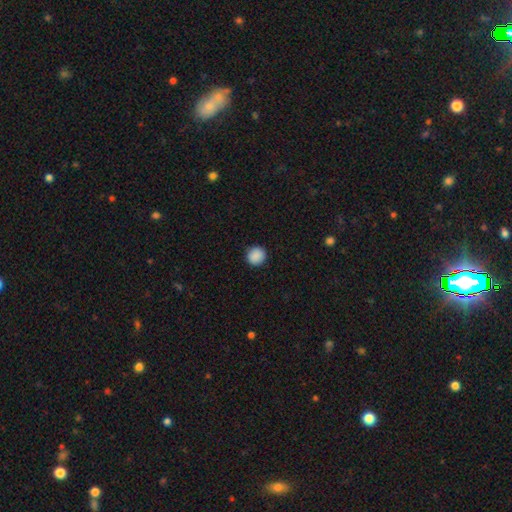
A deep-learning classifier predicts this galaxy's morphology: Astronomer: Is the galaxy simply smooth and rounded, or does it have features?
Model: smooth — 89%.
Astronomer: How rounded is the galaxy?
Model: round — 92%.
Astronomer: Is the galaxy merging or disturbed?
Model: none — 92%.